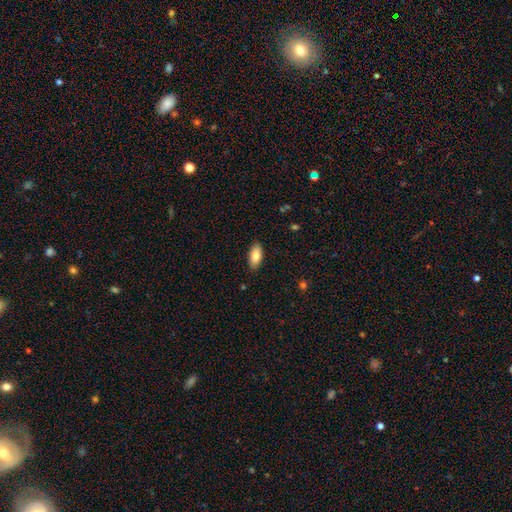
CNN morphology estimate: A smooth galaxy with no disk features (84%) that is in between round and cigar-shaped (89%).

Vote fractions:
- Smooth or featured? smooth: 84% / featured or disk: 10% / star or artifact: 7%
- How rounded? in between: 89% / cigar-shaped: 8% / round: 2%
- Merging? none: 88% / minor disturbance: 9% / major disturbance: 2% / merger: 1%